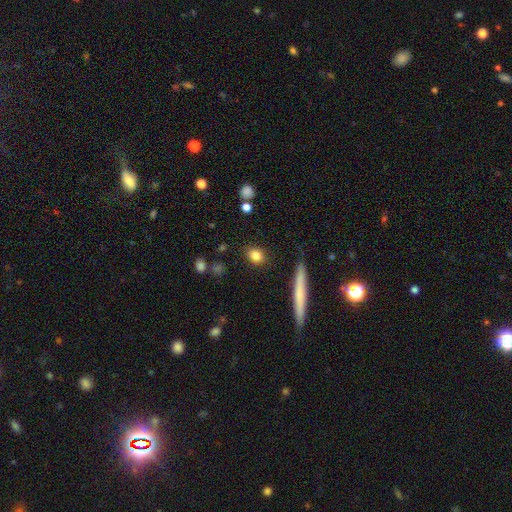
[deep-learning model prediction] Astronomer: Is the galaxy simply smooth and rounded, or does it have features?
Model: smooth — 83%.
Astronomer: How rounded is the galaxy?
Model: round — 49% (runner-up: in between, 45%).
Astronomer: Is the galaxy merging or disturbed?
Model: none — 87%.